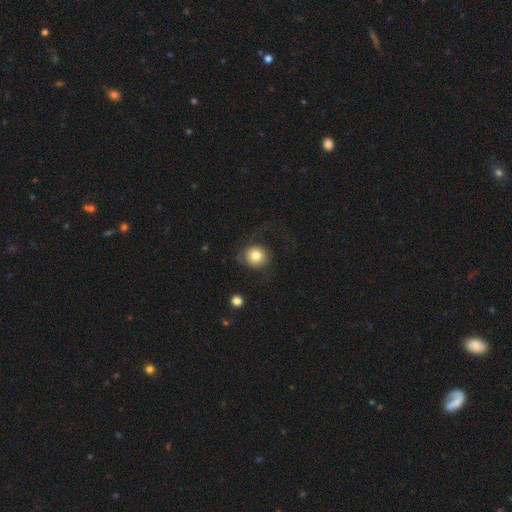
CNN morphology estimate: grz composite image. It shows a smooth galaxy with no disk features (75%) that is round (90%). Merging: none (64%).